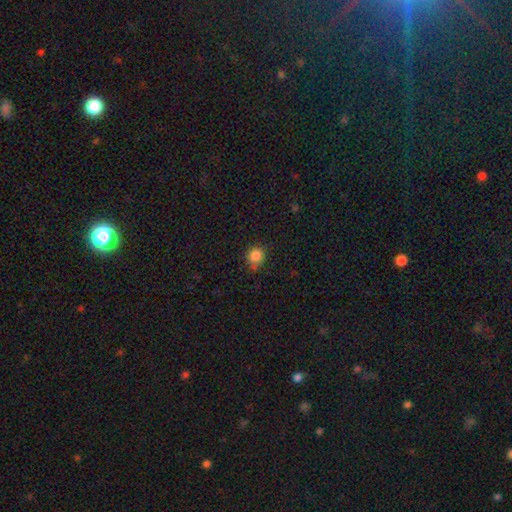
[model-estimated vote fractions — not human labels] A smooth galaxy with no disk features (84%) that is round (79%).

Vote fractions:
- Smooth or featured? smooth: 84% / star or artifact: 11% / featured or disk: 5%
- How rounded? round: 79% / in between: 20% / cigar-shaped: 1%
- Merging? none: 73% / minor disturbance: 21% / major disturbance: 4% / merger: 2%